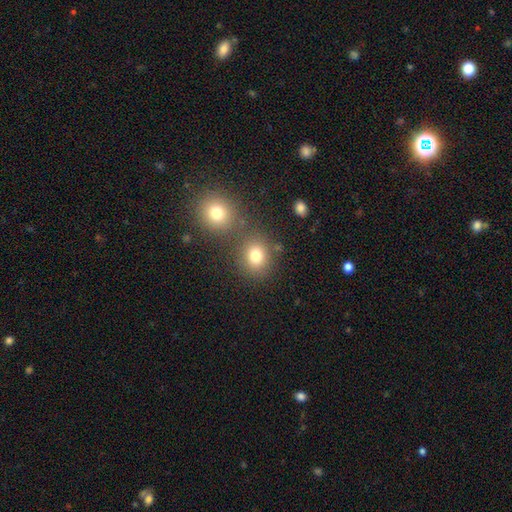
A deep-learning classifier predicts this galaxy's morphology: Smooth or featured? Predicted: smooth (p=0.78). How rounded? Predicted: round (p=0.69). Merging? Predicted: none (p=0.67).